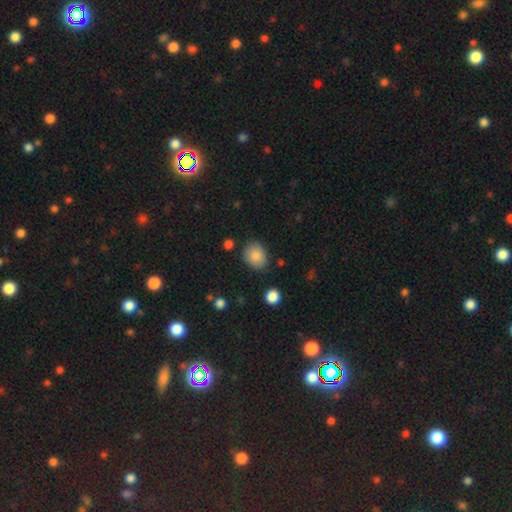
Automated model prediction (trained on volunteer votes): Morphology: type=smooth (85%); roundness=round (54%); merging=none (79%).